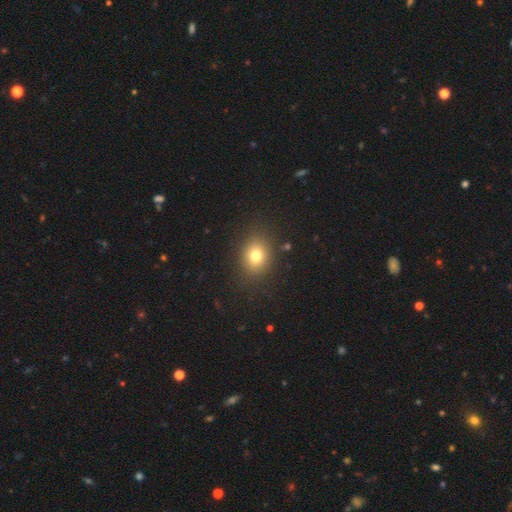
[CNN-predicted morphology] type=smooth (76%); roundness=round (55%); merging=none (86%).